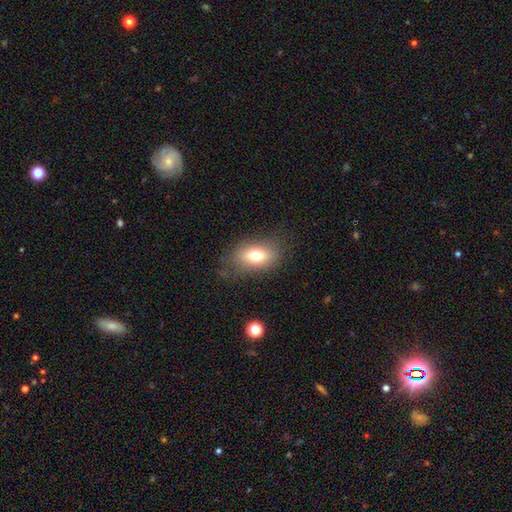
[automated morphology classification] The model was most divided on "smooth or featured": smooth: 73%, featured or disk: 17%, star or artifact: 10%. More confident: how rounded — in between (83%); merging — none (75%).